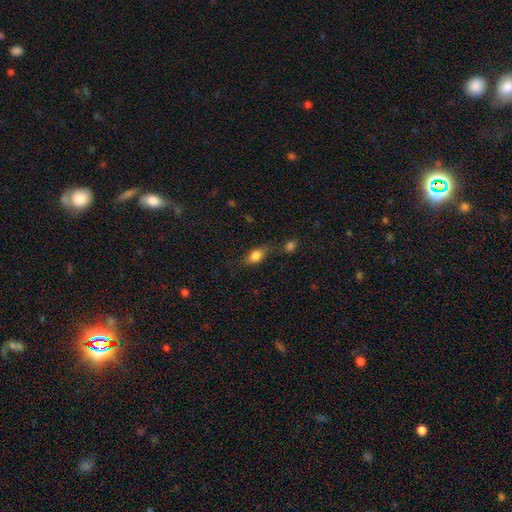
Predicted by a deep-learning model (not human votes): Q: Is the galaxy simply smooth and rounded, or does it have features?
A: smooth — 77%.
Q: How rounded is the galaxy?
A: in between — 78%.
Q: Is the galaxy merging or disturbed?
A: none — 56%.